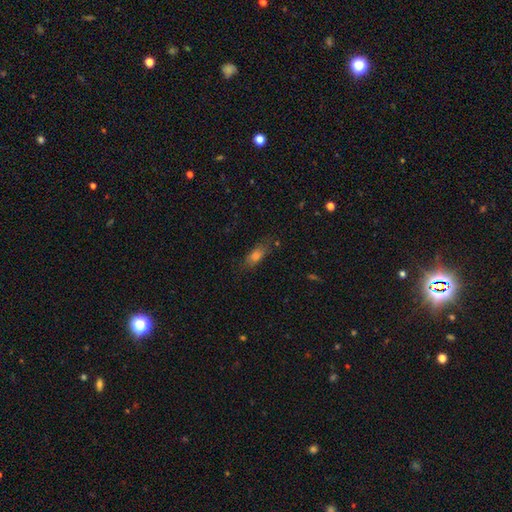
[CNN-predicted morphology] Smooth or featured?
  - smooth: 64% *
  - star or artifact: 19%
  - featured or disk: 17%
How rounded?
  - in between: 59% *
  - cigar-shaped: 35%
  - round: 6%
Merging?
  - none: 73% *
  - minor disturbance: 17%
  - major disturbance: 7%
  - merger: 3%